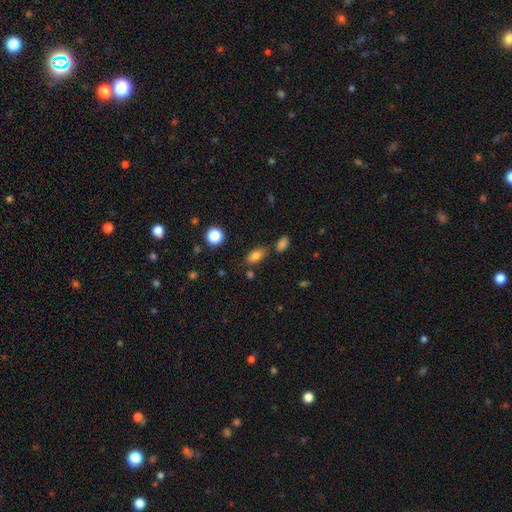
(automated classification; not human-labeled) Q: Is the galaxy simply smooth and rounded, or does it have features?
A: smooth — 81%.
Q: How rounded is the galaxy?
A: in between — 88%.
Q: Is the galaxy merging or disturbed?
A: none — 74%.